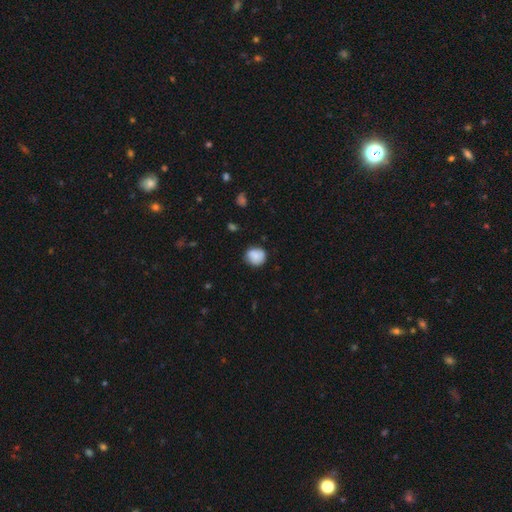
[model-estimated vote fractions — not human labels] Q: Smooth or featured?
A: smooth (84%); runner-up: featured or disk (8%)
Q: How rounded?
A: round (81%); runner-up: in between (18%)
Q: Merging?
A: none (73%); runner-up: minor disturbance (20%)